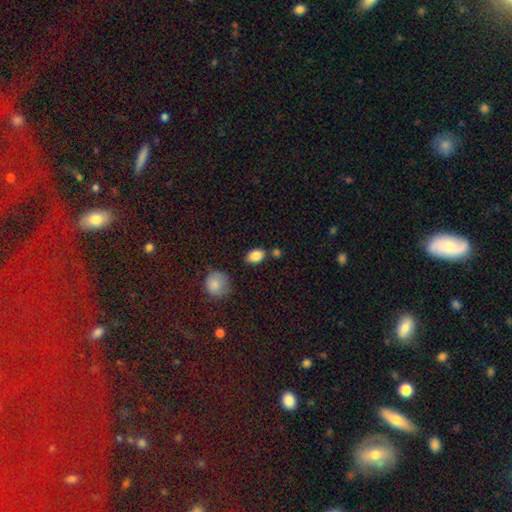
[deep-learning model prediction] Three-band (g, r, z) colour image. It shows a smooth galaxy with no disk features (85%) that is in between round and cigar-shaped (83%). Merging: none (76%).